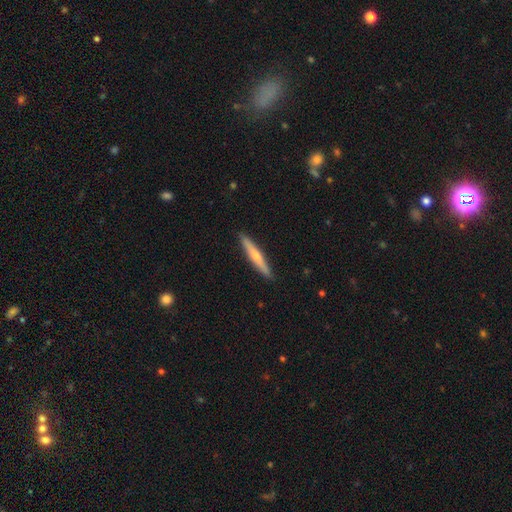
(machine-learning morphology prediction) Q: Smooth or featured?
A: smooth (48%); runner-up: featured or disk (47%)
Q: Merging?
A: none (91%); runner-up: minor disturbance (7%)